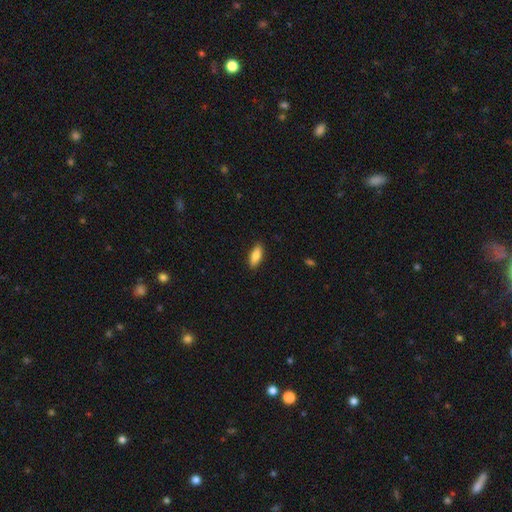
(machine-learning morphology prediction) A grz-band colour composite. It shows a smooth galaxy with no disk features (82%) that is in between round and cigar-shaped (72%). Merging: none (88%).